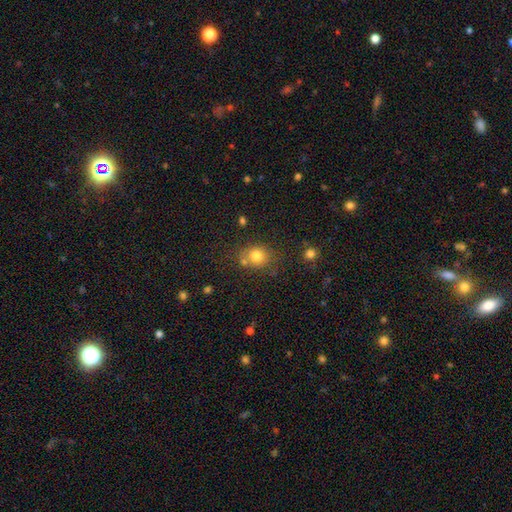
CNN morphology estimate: Overall: smooth (79%). How rounded: round (70%). Merging: none (66%).